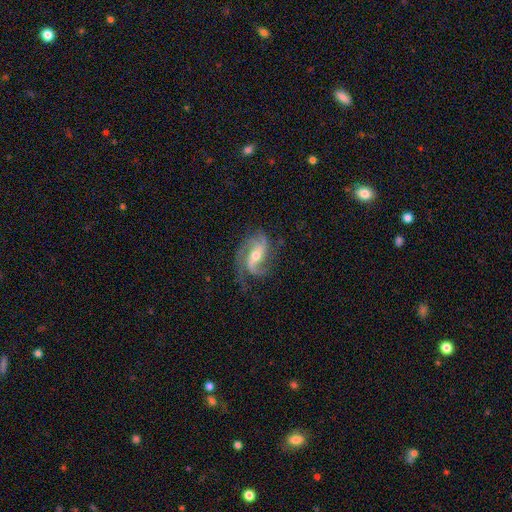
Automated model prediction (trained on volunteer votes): smooth-or-featured: featured or disk: 90% | star or artifact: 5% | smooth: 5%
  disk-edge-on: no: 97% | yes: 3%
    bar: weak: 38% | no: 32% | strong: 30%
    has-spiral-arms: yes: 98% | no: 2%
      spiral-winding: medium: 48% | loose: 33% | tight: 19%
      spiral-arm-count: 3: 41% | 2: 38% | can't tell: 7% | 4: 6% | 1: 4% | more than 4: 4%
    bulge-size: moderate: 59% | small: 36% | large: 3% | none: 1% | dominant: 1%
  merging: none: 67% | minor disturbance: 19% | major disturbance: 12% | merger: 2%